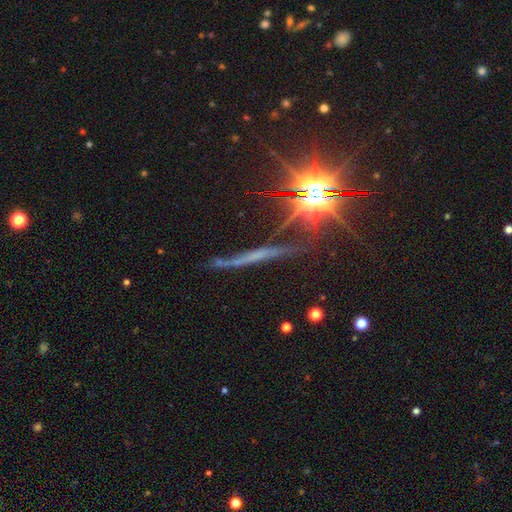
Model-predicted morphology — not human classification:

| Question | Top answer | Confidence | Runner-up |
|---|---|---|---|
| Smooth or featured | featured or disk | 50% | star or artifact (30%) |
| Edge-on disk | yes | 88% | no (12%) |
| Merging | none | 75% | minor disturbance (16%) |